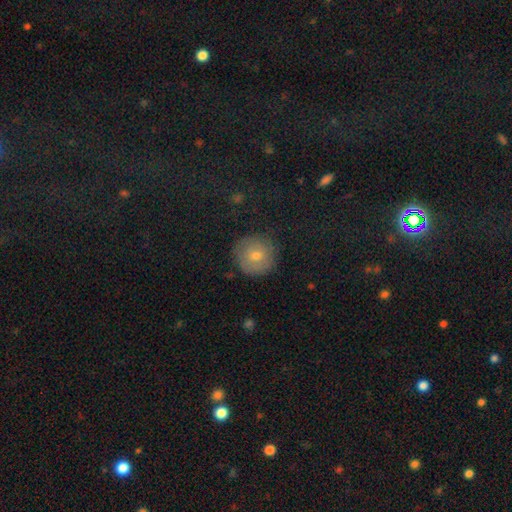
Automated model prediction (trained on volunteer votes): smooth 62%, featured or disk 23%, star or artifact 15%. Down the decision tree: how rounded — round (94%); merging — none (84%).